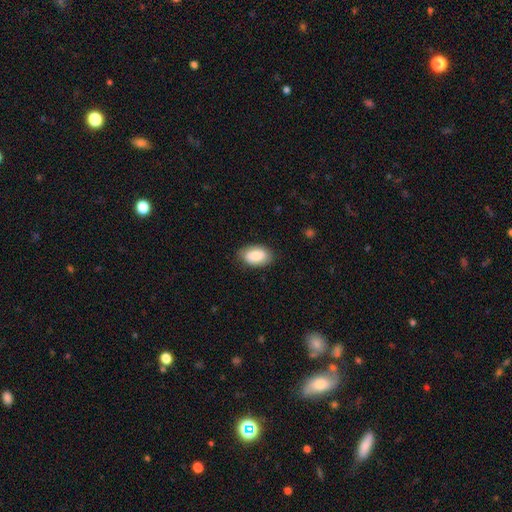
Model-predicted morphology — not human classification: Smooth or featured?
  - smooth: 80% *
  - featured or disk: 13%
  - star or artifact: 7%
How rounded?
  - in between: 91% *
  - round: 8%
  - cigar-shaped: 1%
Merging?
  - none: 81% *
  - minor disturbance: 15%
  - major disturbance: 3%
  - merger: 1%